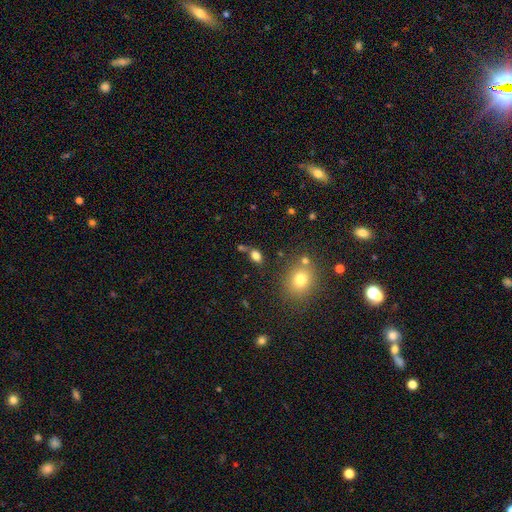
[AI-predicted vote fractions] A smooth galaxy with no disk features (79%) that is in between round and cigar-shaped (79%).

Vote fractions:
- Smooth or featured? smooth: 79% / star or artifact: 13% / featured or disk: 8%
- How rounded? in between: 79% / round: 18% / cigar-shaped: 3%
- Merging? none: 62% / merger: 18% / minor disturbance: 14% / major disturbance: 6%